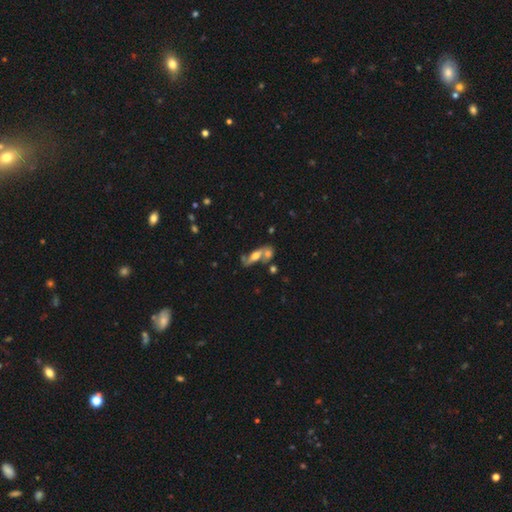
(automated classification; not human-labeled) featured or disk 57%, smooth 35%, star or artifact 9%. Down the decision tree: edge-on disk — no (63%); merging — merger (40%).